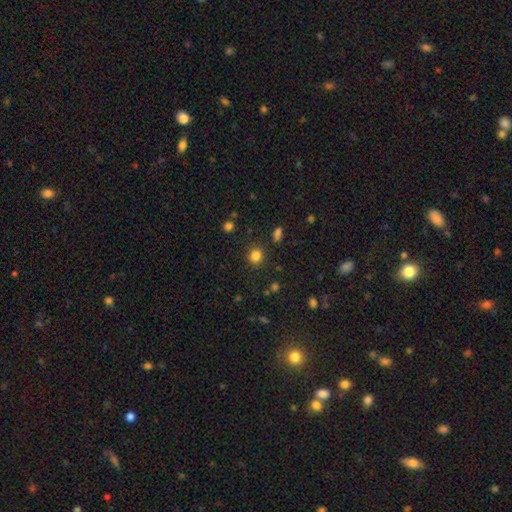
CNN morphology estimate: Overall: smooth (82%). How rounded: round (87%). Merging: none (87%).